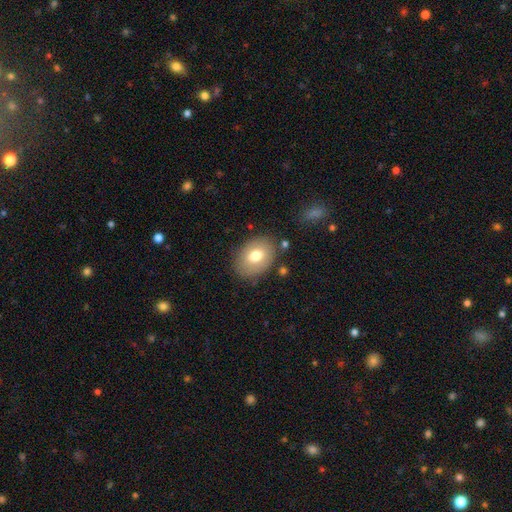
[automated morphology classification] smooth_or_featured: smooth (p=0.74) [alt: featured or disk p=0.19]
how_rounded: in between (p=0.77) [alt: round p=0.22]
merging: none (p=0.79) [alt: minor disturbance p=0.14]